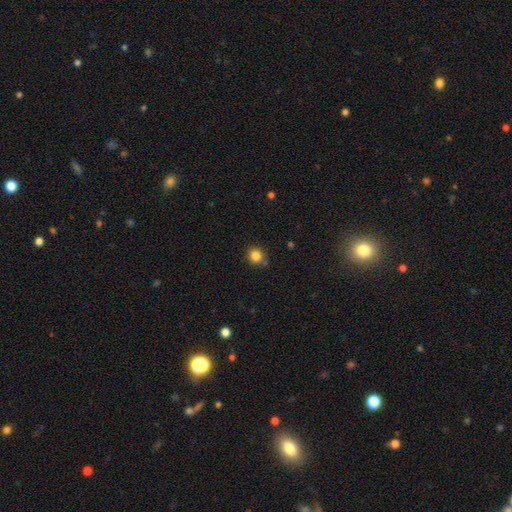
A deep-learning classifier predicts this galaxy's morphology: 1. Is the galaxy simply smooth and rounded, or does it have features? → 84% smooth, 12% star or artifact, 5% featured or disk.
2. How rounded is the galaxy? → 90% round, 9% in between, 1% cigar-shaped.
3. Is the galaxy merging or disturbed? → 77% none, 13% minor disturbance, 7% merger, 3% major disturbance.